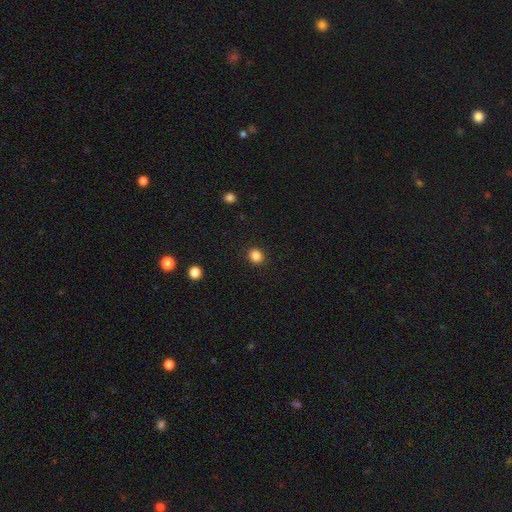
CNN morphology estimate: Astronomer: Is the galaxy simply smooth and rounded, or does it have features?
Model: smooth — 85%.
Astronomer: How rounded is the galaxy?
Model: round — 77%.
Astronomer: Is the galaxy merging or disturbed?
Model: none — 91%.